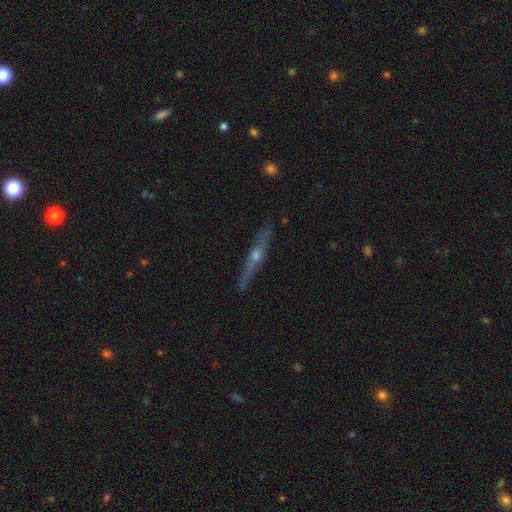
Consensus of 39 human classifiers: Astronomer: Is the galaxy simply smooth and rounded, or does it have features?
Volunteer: featured or disk — 82%.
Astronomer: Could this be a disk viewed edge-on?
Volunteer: yes — 97%.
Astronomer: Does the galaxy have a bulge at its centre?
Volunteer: rounded — 94%.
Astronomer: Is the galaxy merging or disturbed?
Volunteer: none — 94%.